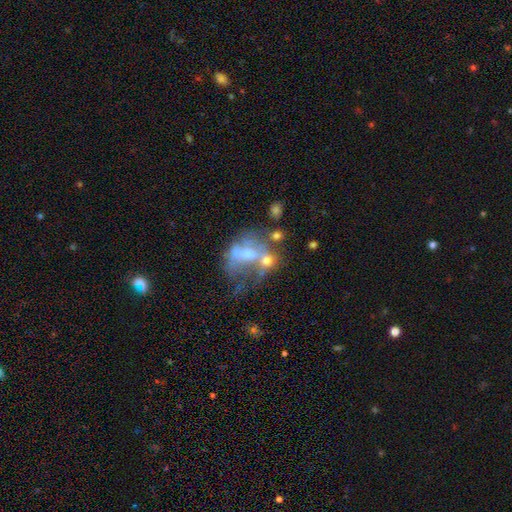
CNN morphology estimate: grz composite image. It shows a featured or disk galaxy (59%) with no bar (75%), no spiral arms (81%) and a moderate central bulge (36%). Merging: merger (36%).